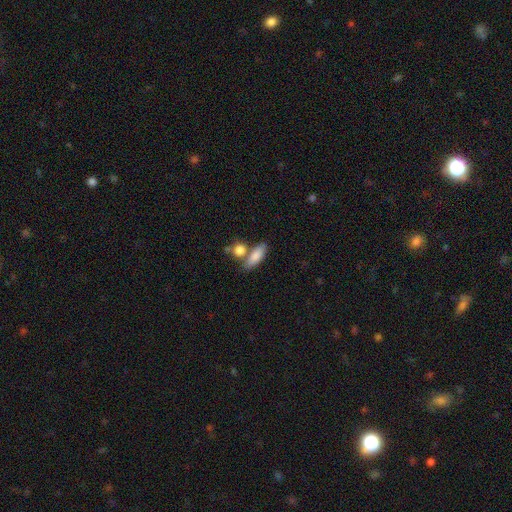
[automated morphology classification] type=smooth (82%); roundness=in between (69%); merging=none (52%).